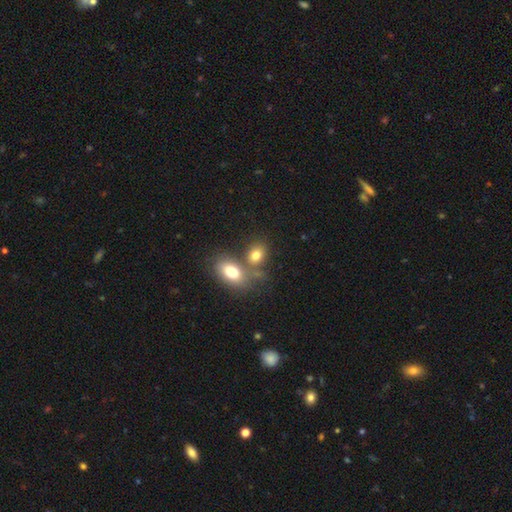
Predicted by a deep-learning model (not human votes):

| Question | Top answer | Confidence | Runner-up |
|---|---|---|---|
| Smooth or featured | smooth | 77% | featured or disk (12%) |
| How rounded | in between | 71% | round (27%) |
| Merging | none | 44% | merger (41%) |